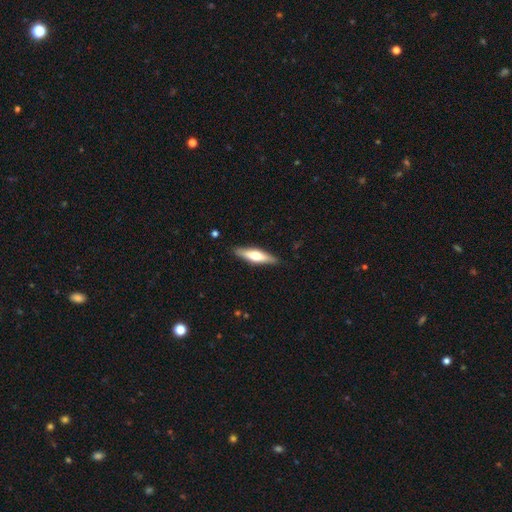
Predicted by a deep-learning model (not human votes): This appears to be a smooth galaxy with no disk features (49%). Merging: none (89%).